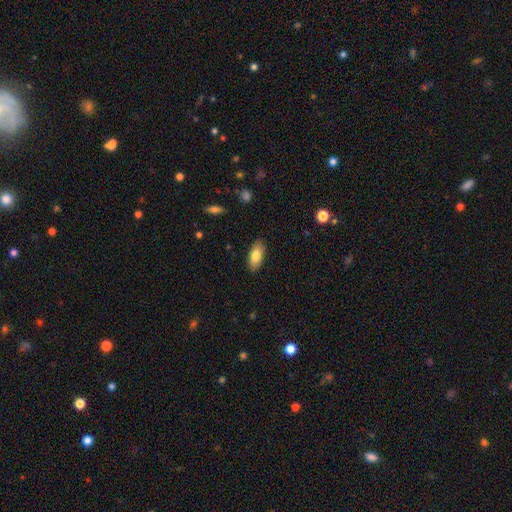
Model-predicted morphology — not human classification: type=smooth (79%); roundness=in between (85%); merging=none (88%).